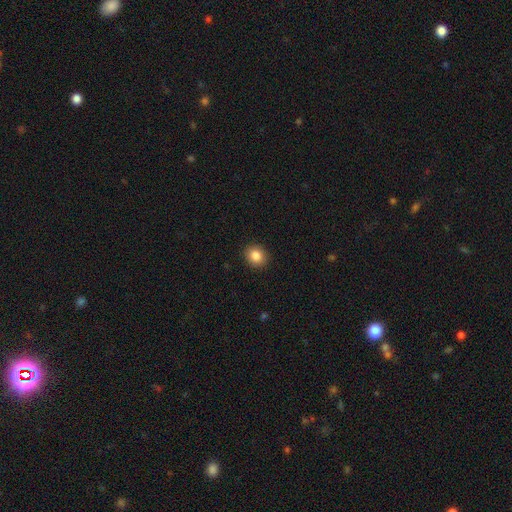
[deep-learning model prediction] smooth-or-featured: smooth: 86% | star or artifact: 10% | featured or disk: 5%
  how-rounded: round: 73% | in between: 26% | cigar-shaped: 1%
  merging: none: 91% | minor disturbance: 6% | major disturbance: 2% | merger: 1%